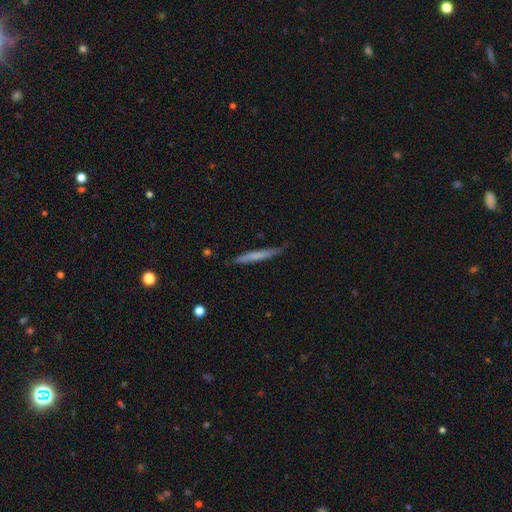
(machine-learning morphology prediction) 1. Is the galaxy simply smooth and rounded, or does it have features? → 60% smooth, 34% featured or disk, 6% star or artifact.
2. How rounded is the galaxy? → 96% cigar-shaped, 3% in between, 1% round.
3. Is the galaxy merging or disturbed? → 84% none, 13% minor disturbance, 2% major disturbance, 1% merger.